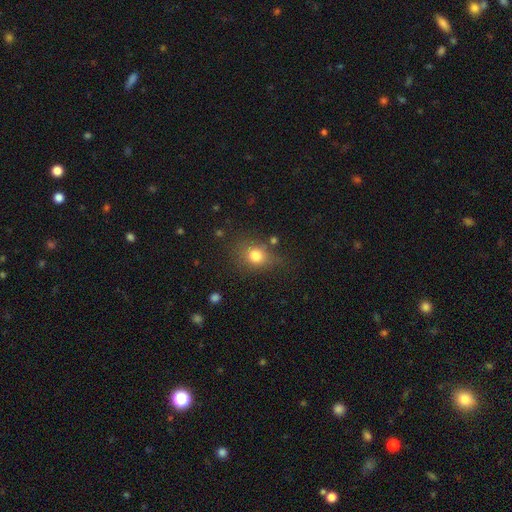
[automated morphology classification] Q: Smooth or featured?
A: smooth (78%); runner-up: star or artifact (12%)
Q: How rounded?
A: round (58%); runner-up: in between (40%)
Q: Merging?
A: none (65%); runner-up: minor disturbance (21%)